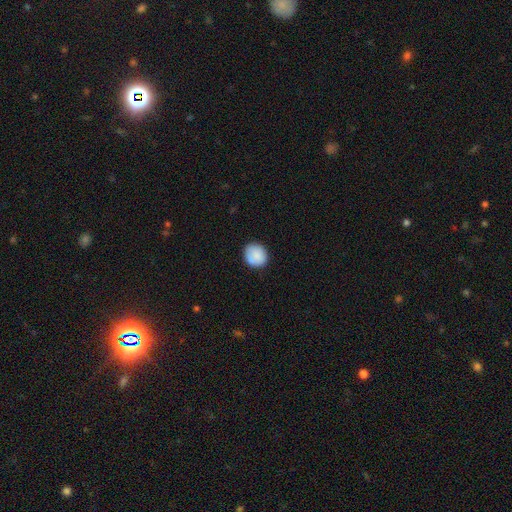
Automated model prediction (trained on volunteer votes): smooth 85%, featured or disk 8%, star or artifact 7%. Down the decision tree: how rounded — round (78%); merging — none (81%).